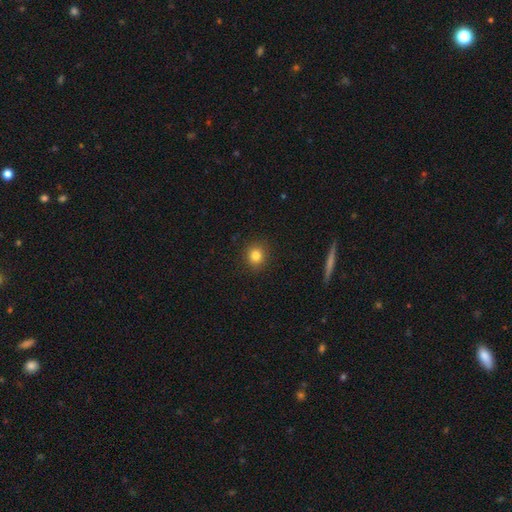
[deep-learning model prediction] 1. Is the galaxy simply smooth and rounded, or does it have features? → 82% smooth, 12% star or artifact, 6% featured or disk.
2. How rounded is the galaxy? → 87% round, 12% in between, 1% cigar-shaped.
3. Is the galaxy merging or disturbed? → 90% none, 6% minor disturbance, 2% major disturbance, 1% merger.